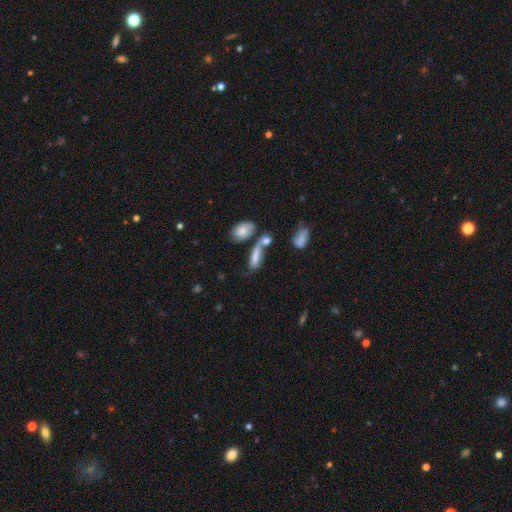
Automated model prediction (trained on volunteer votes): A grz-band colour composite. It shows a smooth galaxy with no disk features (67%) that is in between round and cigar-shaped (57%). Merging: none (36%).